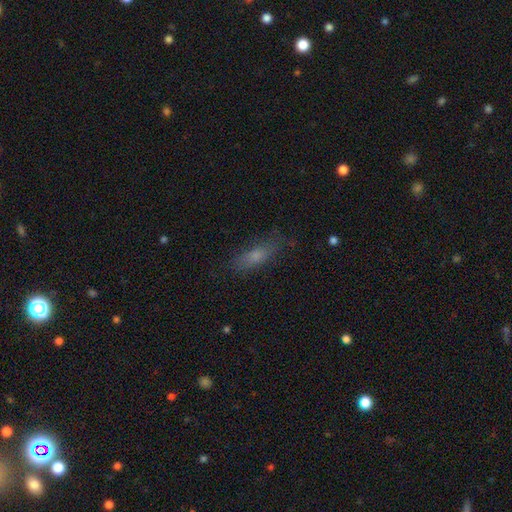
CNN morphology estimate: This appears to be a smooth galaxy with no disk features (67%) that is cigar-shaped (51%). Merging: none (75%).